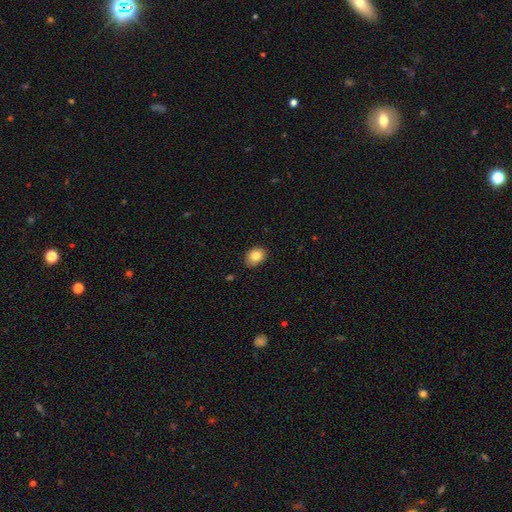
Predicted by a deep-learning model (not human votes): Smooth or featured? smooth (83%)
How rounded? in between (60%)
Merging? none (77%)